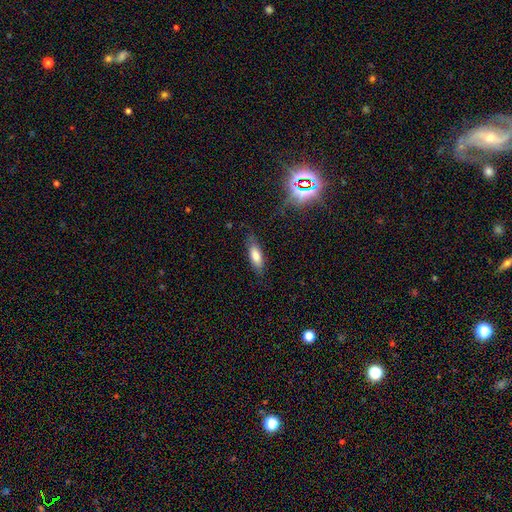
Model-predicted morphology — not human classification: Smooth or featured? Predicted: smooth (p=0.76). How rounded? Predicted: in between (p=0.66). Merging? Predicted: none (p=0.76).